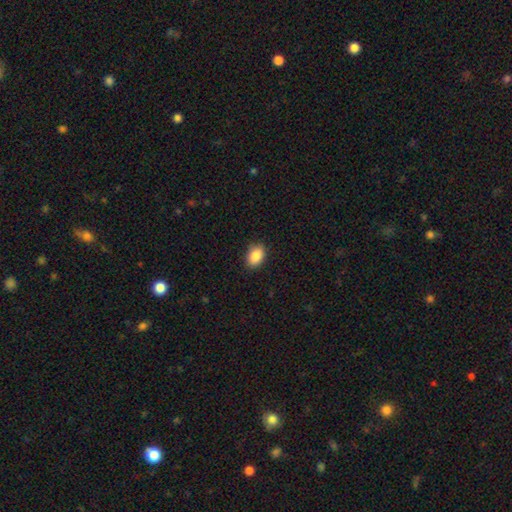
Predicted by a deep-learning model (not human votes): smooth 89%, star or artifact 7%, featured or disk 4%. Down the decision tree: how rounded — in between (84%); merging — none (87%).